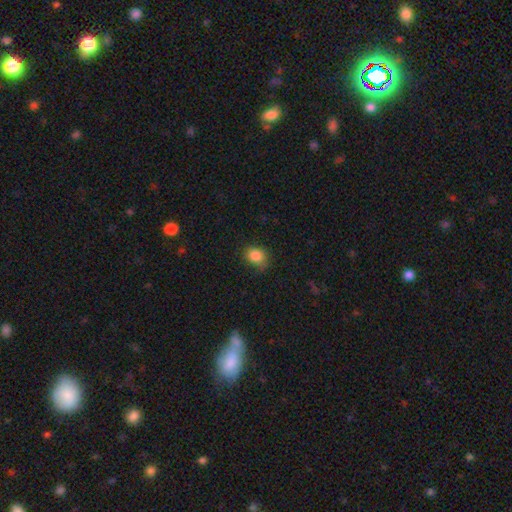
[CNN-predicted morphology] Overall: smooth (86%). How rounded: round (52%; in between 47%). Merging: none (68%).